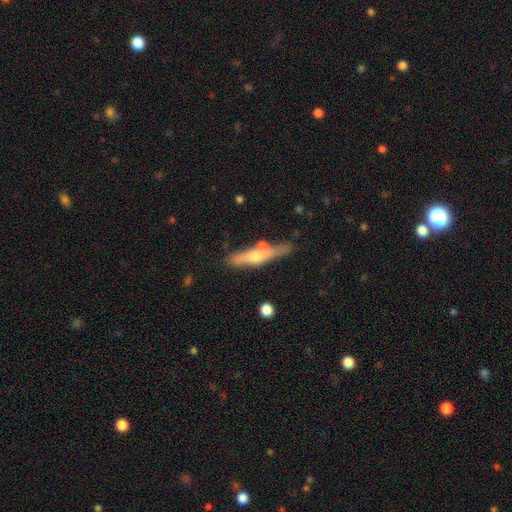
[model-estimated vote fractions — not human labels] Smooth or featured? featured or disk (49%)
Merging? none (68%)